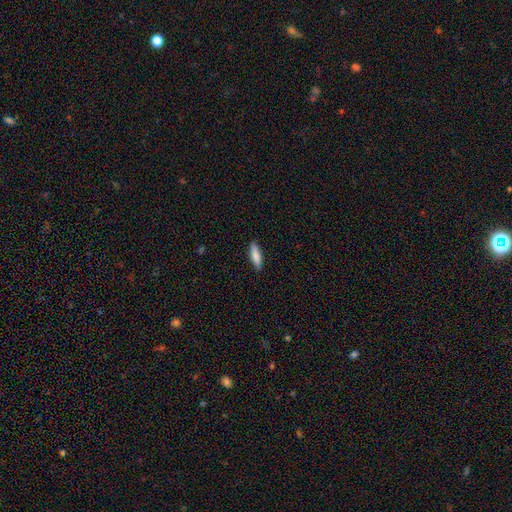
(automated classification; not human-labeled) smooth 83%, featured or disk 11%, star or artifact 6%. Down the decision tree: how rounded — cigar-shaped (61%); merging — none (88%).